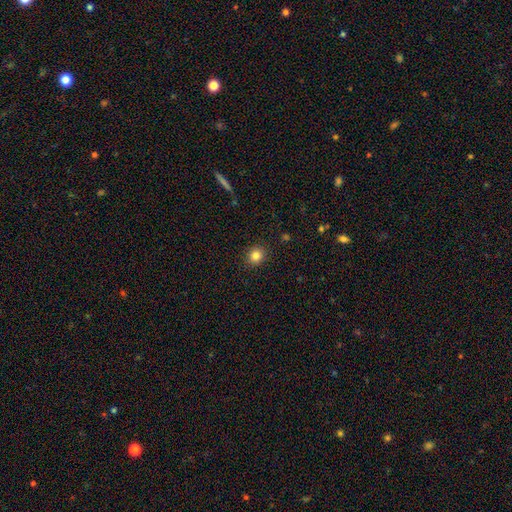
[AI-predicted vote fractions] Smooth or featured: smooth — 83% (star or artifact — 12%)
How rounded: round — 84% (in between — 15%)
Merging: none — 91% (minor disturbance — 6%)